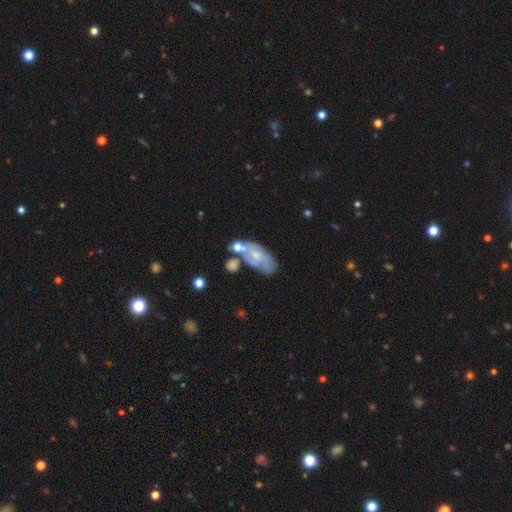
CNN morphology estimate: Smooth or featured?
  - featured or disk: 64% *
  - smooth: 29%
  - star or artifact: 7%
Edge-on disk?
  - no: 94% *
  - yes: 6%
Bar?
  - no: 70% *
  - weak: 25%
  - strong: 5%
Spiral arms?
  - yes: 74% *
  - no: 26%
Bulge size?
  - small: 63% *
  - moderate: 27%
  - none: 7%
  - large: 2%
  - dominant: 1%
Merging?
  - none: 42% *
  - merger: 24%
  - minor disturbance: 22%
  - major disturbance: 12%